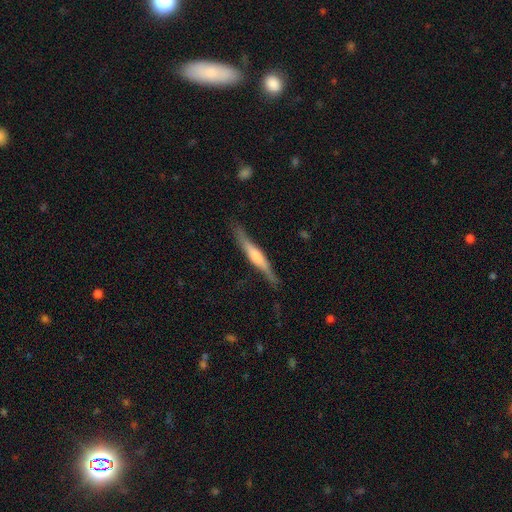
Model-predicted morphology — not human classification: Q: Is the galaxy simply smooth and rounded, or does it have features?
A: featured or disk — 63%.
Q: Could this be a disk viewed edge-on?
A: yes — 94%.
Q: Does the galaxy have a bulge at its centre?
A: rounded — 51%.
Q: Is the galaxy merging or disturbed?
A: none — 74%.